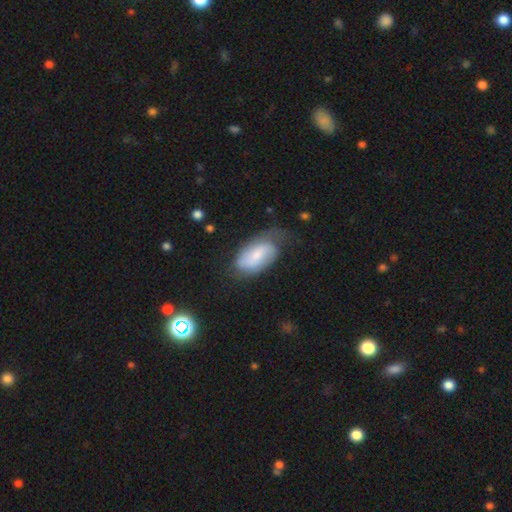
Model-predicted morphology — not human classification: This appears to be a featured or disk galaxy (48%). Merging: none (48%).